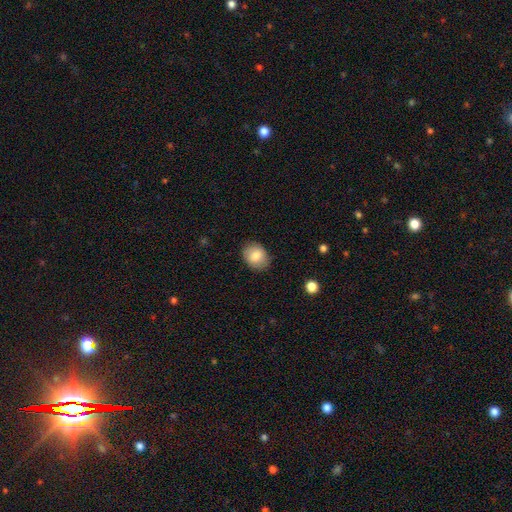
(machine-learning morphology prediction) smooth_or_featured: smooth (p=0.80) [alt: featured or disk p=0.12]
how_rounded: in between (p=0.52) [alt: round p=0.47]
merging: none (p=0.83) [alt: minor disturbance p=0.13]